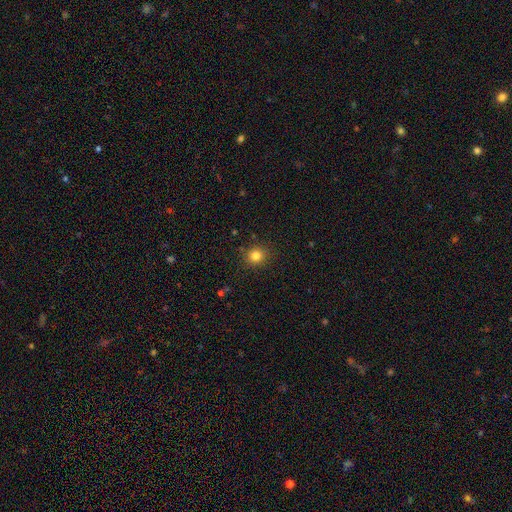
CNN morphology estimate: A smooth galaxy with no disk features (82%) that is round (88%). Merging: none (89%).